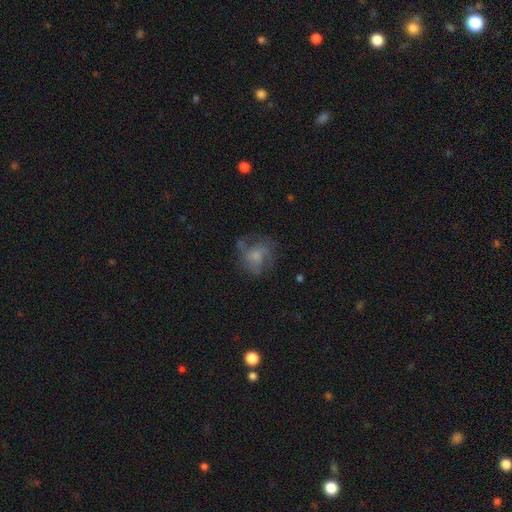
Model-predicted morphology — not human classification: A featured or disk galaxy (51%) with no bar (73%), spiral arms (68%) and a moderate central bulge (34%). Merging: none (54%).